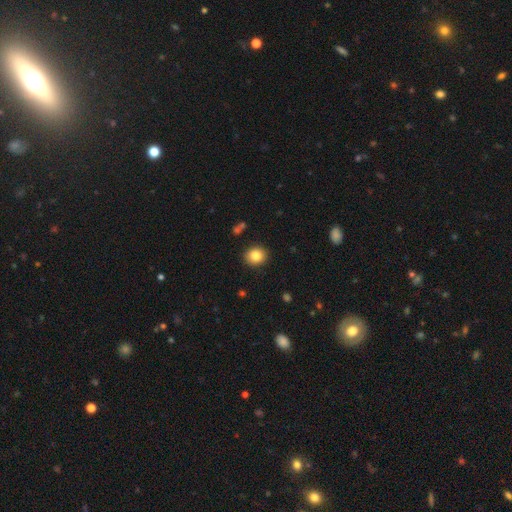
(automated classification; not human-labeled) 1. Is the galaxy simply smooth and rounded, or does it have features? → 84% smooth, 10% star or artifact, 7% featured or disk.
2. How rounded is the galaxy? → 78% round, 21% in between, 1% cigar-shaped.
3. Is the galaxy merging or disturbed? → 90% none, 7% minor disturbance, 2% major disturbance, 1% merger.